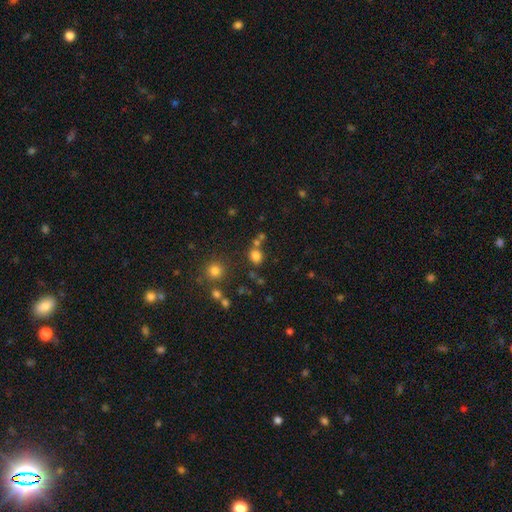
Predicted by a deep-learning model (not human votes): Smooth or featured? Predicted: smooth (p=0.76). How rounded? Predicted: round (p=0.70). Merging? Predicted: none (p=0.64).